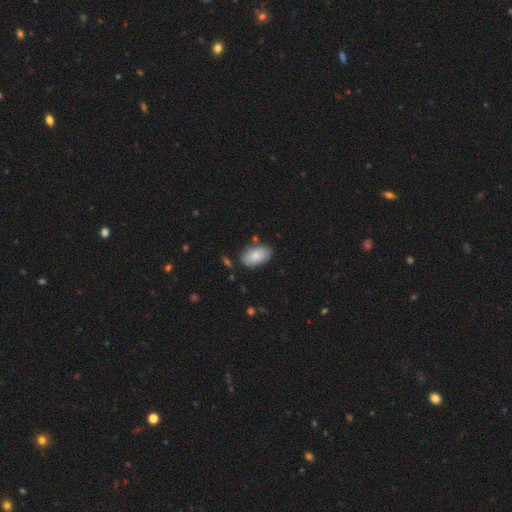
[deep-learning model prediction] Q: Smooth or featured?
A: smooth (83%); runner-up: featured or disk (10%)
Q: How rounded?
A: in between (94%); runner-up: round (5%)
Q: Merging?
A: none (81%); runner-up: minor disturbance (13%)